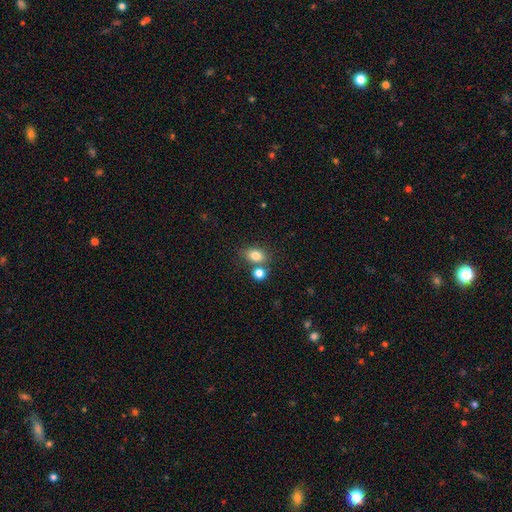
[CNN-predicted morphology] Smooth or featured? smooth (81%)
How rounded? in between (68%)
Merging? none (62%)